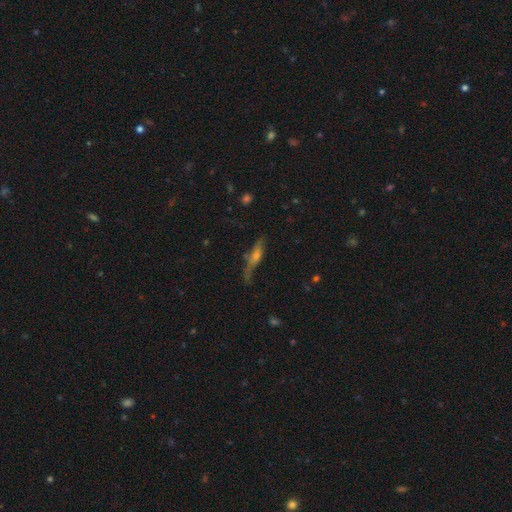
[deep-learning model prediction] Smooth or featured? featured or disk (54%)
Edge-on disk? yes (80%)
Merging? none (56%)